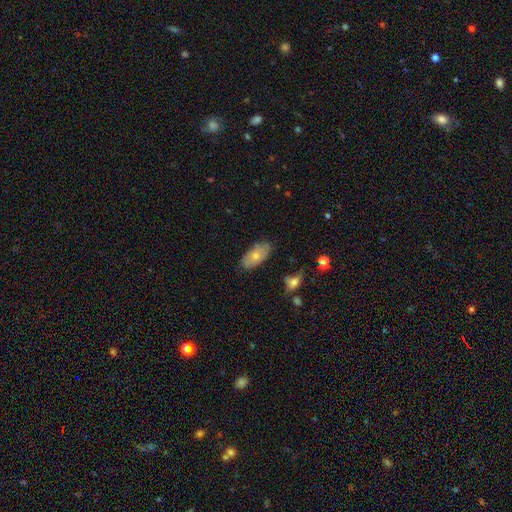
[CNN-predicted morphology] A smooth galaxy with no disk features (69%) that is in between round and cigar-shaped (92%). Merging: none (80%).